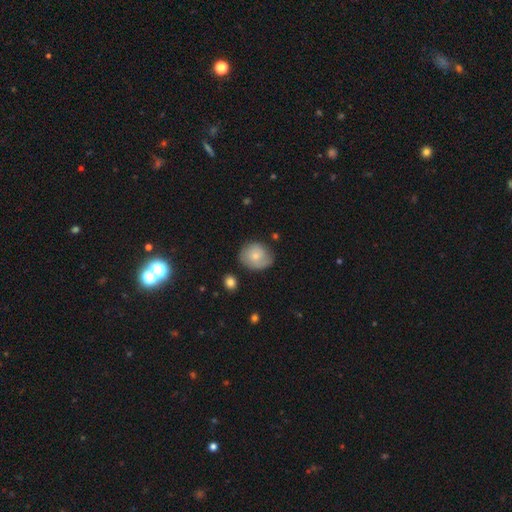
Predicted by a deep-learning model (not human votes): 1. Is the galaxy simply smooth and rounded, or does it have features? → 64% smooth, 29% featured or disk, 7% star or artifact.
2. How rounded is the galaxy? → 69% round, 30% in between, 1% cigar-shaped.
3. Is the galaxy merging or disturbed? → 62% none, 28% minor disturbance, 7% major disturbance, 2% merger.